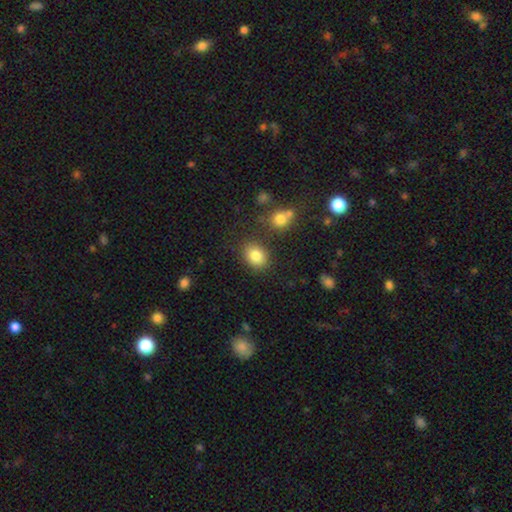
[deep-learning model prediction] A smooth galaxy with no disk features (83%) that is in between round and cigar-shaped (59%).

Vote fractions:
- Smooth or featured? smooth: 83% / star or artifact: 10% / featured or disk: 7%
- How rounded? in between: 59% / round: 40% / cigar-shaped: 1%
- Merging? none: 80% / minor disturbance: 11% / merger: 5% / major disturbance: 3%